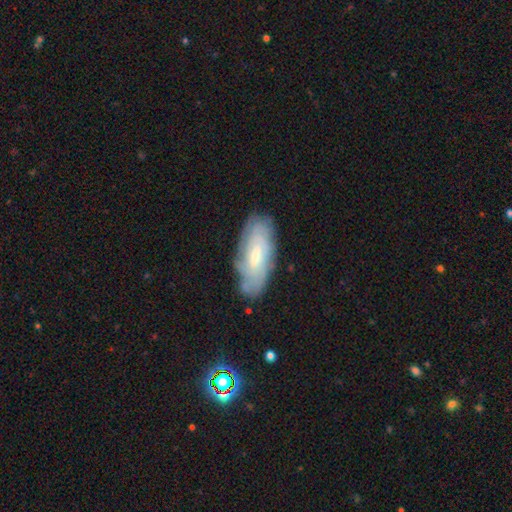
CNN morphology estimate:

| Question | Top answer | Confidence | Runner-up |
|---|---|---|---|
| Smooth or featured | featured or disk | 62% | smooth (31%) |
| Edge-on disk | no | 88% | yes (12%) |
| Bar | no | 47% | weak (44%) |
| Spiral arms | yes | 83% | no (17%) |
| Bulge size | small | 54% | moderate (39%) |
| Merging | none | 78% | minor disturbance (17%) |